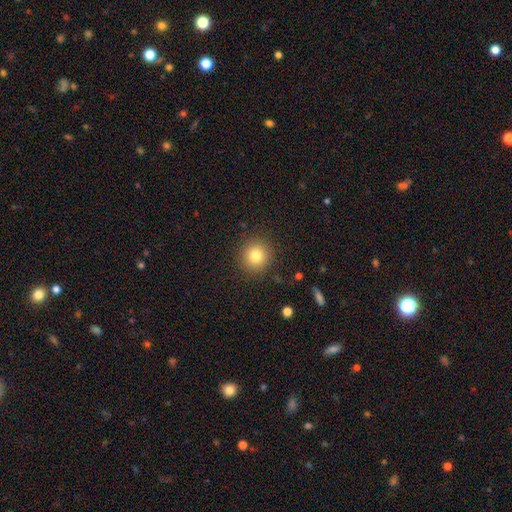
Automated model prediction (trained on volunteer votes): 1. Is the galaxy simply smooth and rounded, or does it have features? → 80% smooth, 12% star or artifact, 9% featured or disk.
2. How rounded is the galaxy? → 92% round, 7% in between, 1% cigar-shaped.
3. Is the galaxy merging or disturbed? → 89% none, 7% minor disturbance, 3% major disturbance, 1% merger.